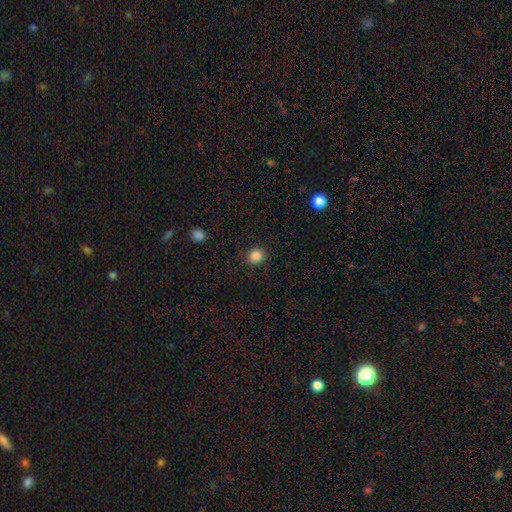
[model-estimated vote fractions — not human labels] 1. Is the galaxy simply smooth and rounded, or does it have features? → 86% smooth, 11% star or artifact, 4% featured or disk.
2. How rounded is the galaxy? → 77% round, 22% in between, 1% cigar-shaped.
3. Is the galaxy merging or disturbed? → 89% none, 8% minor disturbance, 3% major disturbance, 1% merger.